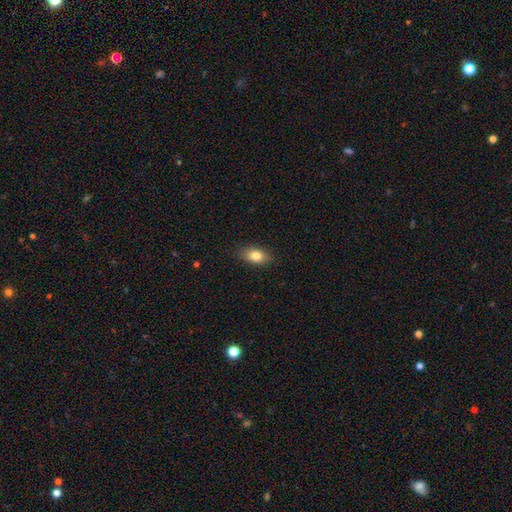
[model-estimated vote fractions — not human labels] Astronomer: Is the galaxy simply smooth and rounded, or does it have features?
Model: smooth — 81%.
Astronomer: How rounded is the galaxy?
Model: in between — 85%.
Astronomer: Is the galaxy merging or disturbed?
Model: none — 86%.